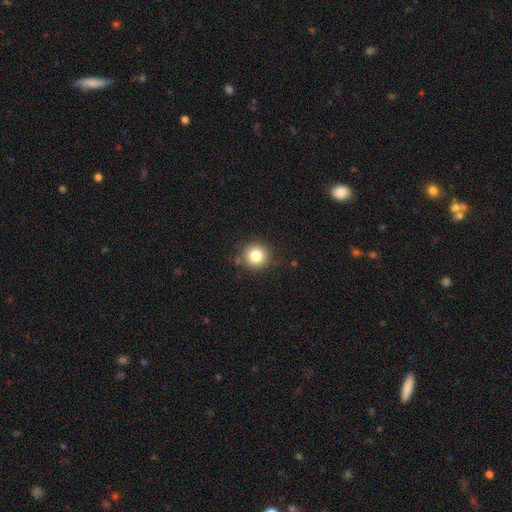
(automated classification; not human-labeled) A smooth galaxy with no disk features (81%) that is round (93%). Merging: none (84%).